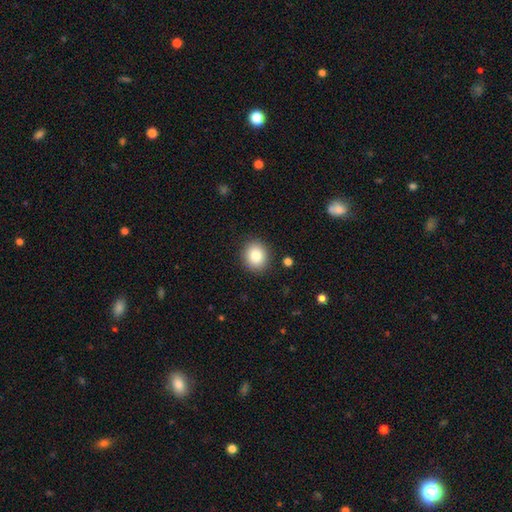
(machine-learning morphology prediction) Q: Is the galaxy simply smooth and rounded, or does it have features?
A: smooth — 85%.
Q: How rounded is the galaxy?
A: round — 73%.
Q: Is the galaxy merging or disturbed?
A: none — 89%.